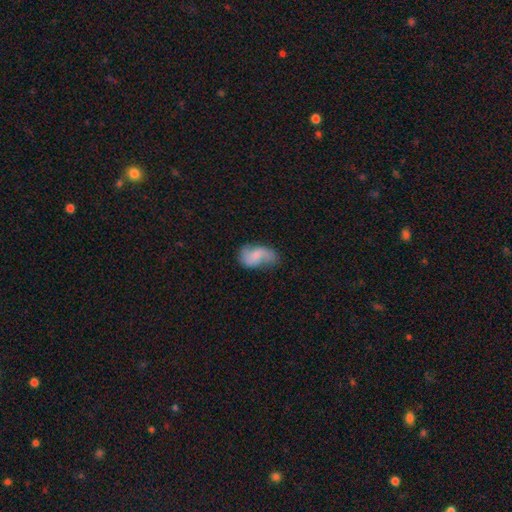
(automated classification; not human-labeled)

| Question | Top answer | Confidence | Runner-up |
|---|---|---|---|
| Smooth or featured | smooth | 50% | featured or disk (41%) |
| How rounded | in between | 91% | round (7%) |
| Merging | none | 45% | minor disturbance (33%) |